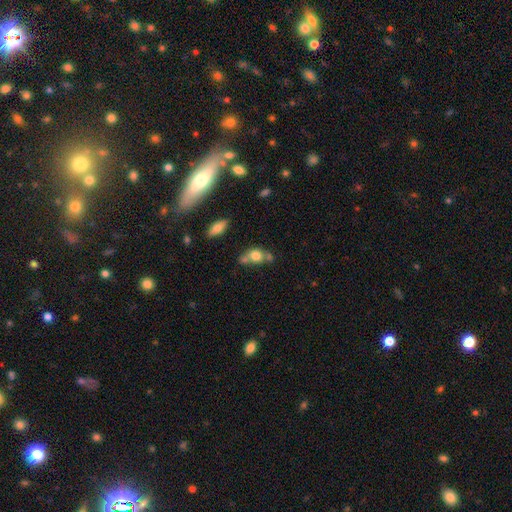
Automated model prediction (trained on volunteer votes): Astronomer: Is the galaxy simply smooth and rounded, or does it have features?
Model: smooth — 71%.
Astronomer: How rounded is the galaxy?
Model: in between — 50% (runner-up: round, 46%).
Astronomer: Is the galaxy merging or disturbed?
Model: none — 39% (runner-up: merger, 37%).